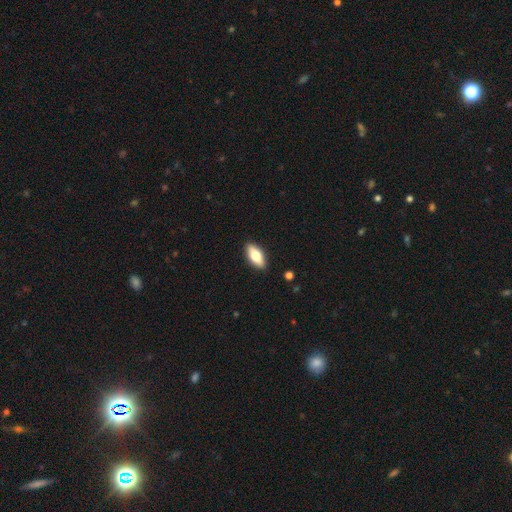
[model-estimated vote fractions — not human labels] smooth-or-featured: smooth: 71% | featured or disk: 22% | star or artifact: 6%
  how-rounded: in between: 83% | cigar-shaped: 15% | round: 3%
  merging: none: 89% | minor disturbance: 8% | major disturbance: 2% | merger: 1%